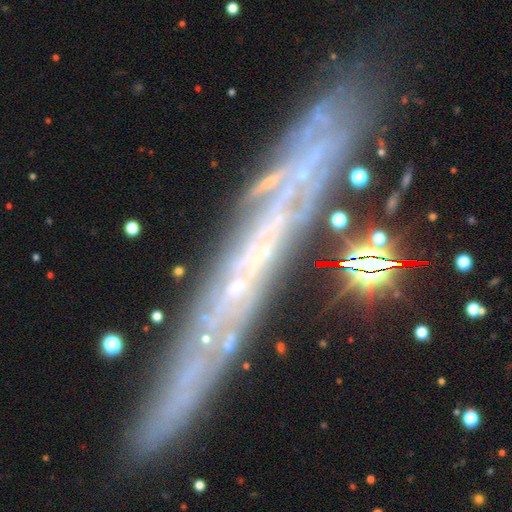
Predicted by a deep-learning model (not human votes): Overall: featured or disk (64%). Edge-on disk: yes (75%). Merging: none (81%).